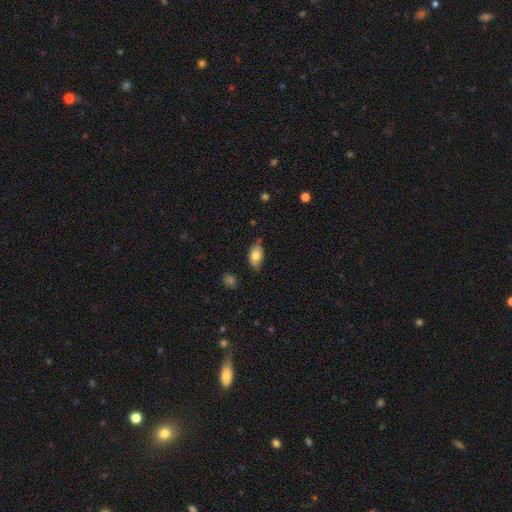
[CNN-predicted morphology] smooth-or-featured: smooth: 75% | featured or disk: 18% | star or artifact: 7%
  how-rounded: in between: 91% | round: 7% | cigar-shaped: 2%
  merging: none: 72% | minor disturbance: 22% | major disturbance: 4% | merger: 2%